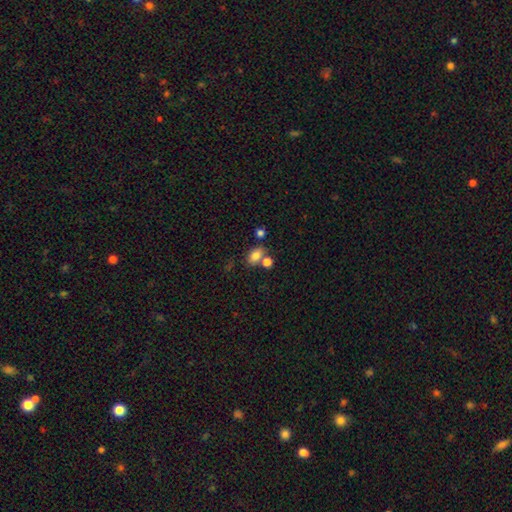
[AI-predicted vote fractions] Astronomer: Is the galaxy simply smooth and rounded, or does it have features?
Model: smooth — 80%.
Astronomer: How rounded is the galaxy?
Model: in between — 78%.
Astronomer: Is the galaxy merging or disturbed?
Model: none — 55%.